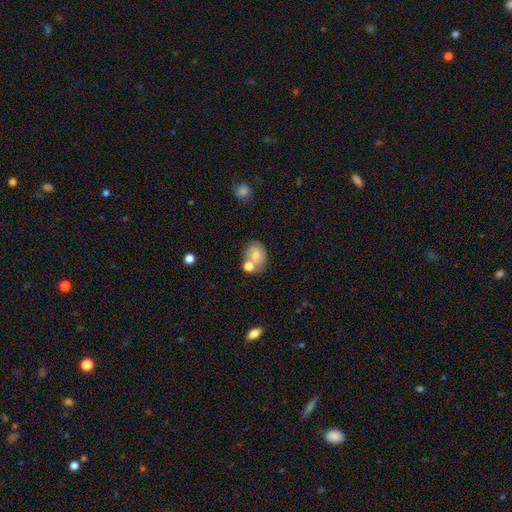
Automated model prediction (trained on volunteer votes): A smooth galaxy with no disk features (62%) that is in between round and cigar-shaped (57%).

Vote fractions:
- Smooth or featured? smooth: 62% / featured or disk: 29% / star or artifact: 9%
- How rounded? in between: 57% / round: 42% / cigar-shaped: 1%
- Merging? none: 47% / merger: 30% / minor disturbance: 17% / major disturbance: 6%